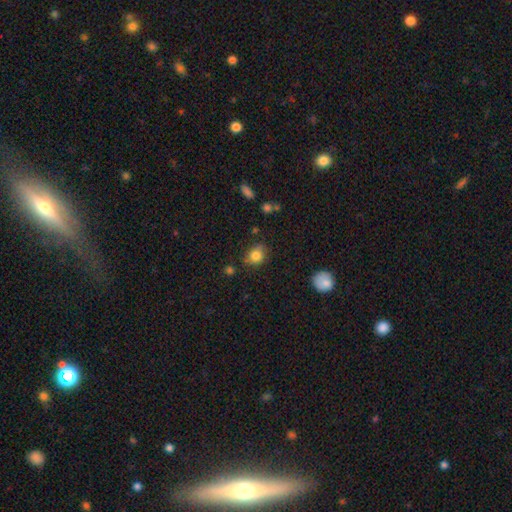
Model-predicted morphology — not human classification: Q: Smooth or featured?
A: smooth (82%); runner-up: star or artifact (10%)
Q: How rounded?
A: round (59%); runner-up: in between (40%)
Q: Merging?
A: none (71%); runner-up: minor disturbance (21%)